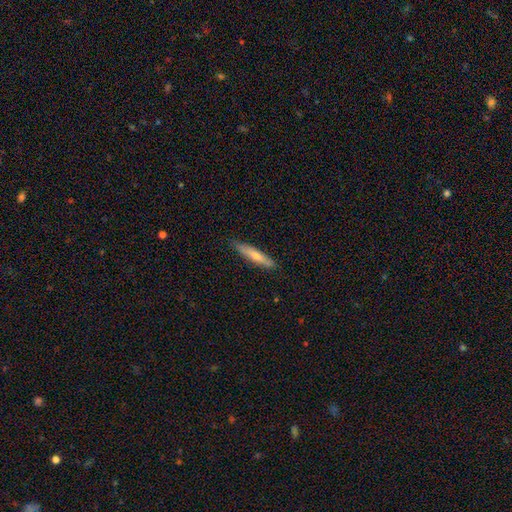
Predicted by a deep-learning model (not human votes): smooth_or_featured: featured or disk (p=0.47) [alt: smooth p=0.44]
merging: none (p=0.88) [alt: minor disturbance p=0.09]